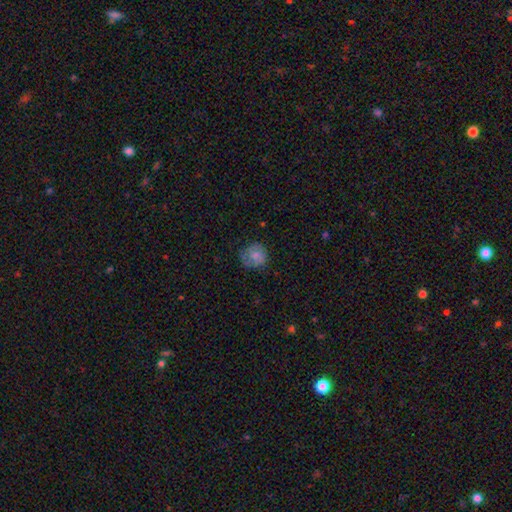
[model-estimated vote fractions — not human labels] Smooth or featured?
  - smooth: 72% *
  - featured or disk: 19%
  - star or artifact: 8%
How rounded?
  - round: 84% *
  - in between: 15%
  - cigar-shaped: 1%
Merging?
  - none: 64% *
  - minor disturbance: 25%
  - major disturbance: 9%
  - merger: 2%